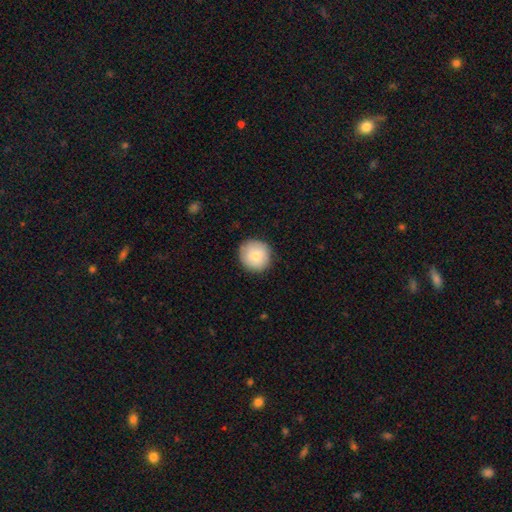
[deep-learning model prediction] A smooth galaxy with no disk features (81%) that is round (93%). Merging: none (86%).